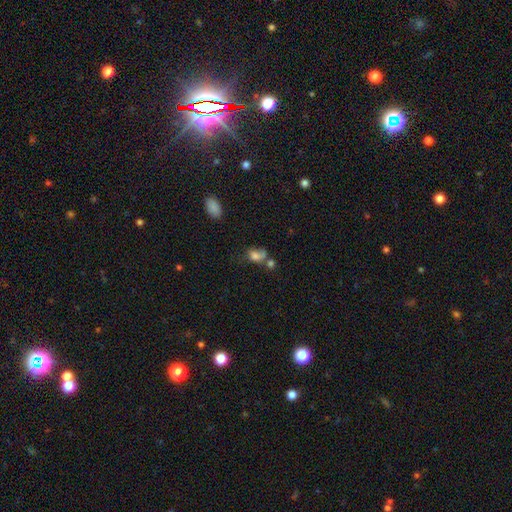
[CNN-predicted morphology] smooth-or-featured: smooth: 72% | featured or disk: 15% | star or artifact: 13%
  how-rounded: in between: 69% | round: 28% | cigar-shaped: 2%
  merging: merger: 34% | none: 28% | minor disturbance: 19% | major disturbance: 19%